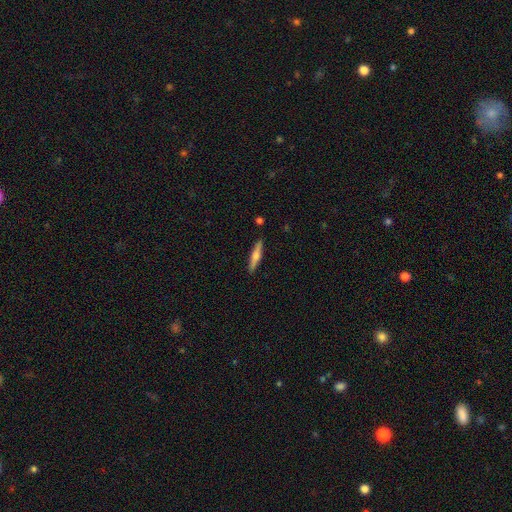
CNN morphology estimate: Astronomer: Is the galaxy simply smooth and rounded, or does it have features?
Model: featured or disk — 51% (runner-up: smooth, 44%).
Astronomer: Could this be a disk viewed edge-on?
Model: yes — 96%.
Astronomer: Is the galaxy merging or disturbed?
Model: none — 90%.